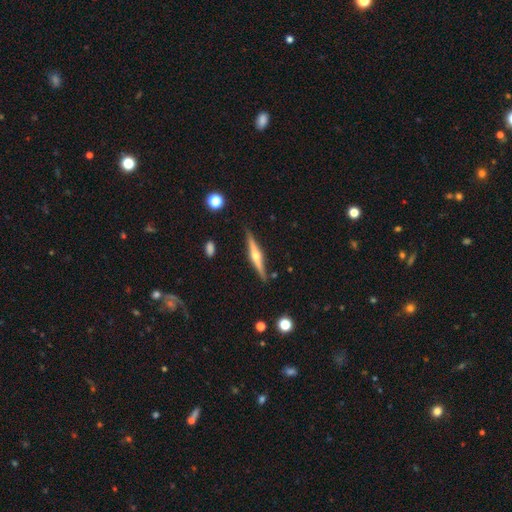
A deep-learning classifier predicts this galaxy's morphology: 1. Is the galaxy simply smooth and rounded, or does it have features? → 78% featured or disk, 16% smooth, 5% star or artifact.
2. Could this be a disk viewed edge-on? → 98% yes, 2% no.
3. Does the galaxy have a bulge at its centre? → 93% rounded, 4% none, 4% boxy.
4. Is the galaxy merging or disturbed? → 89% none, 8% minor disturbance, 2% major disturbance, 2% merger.